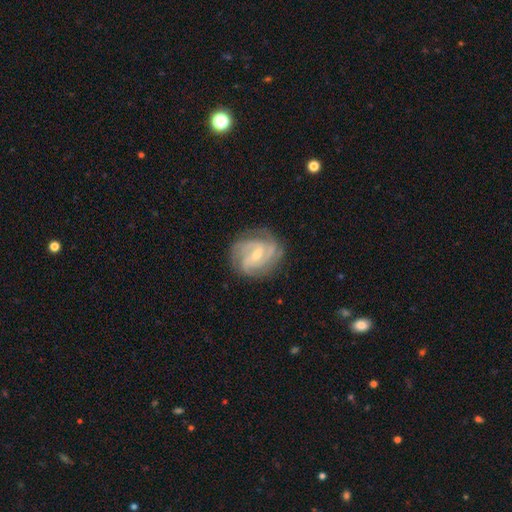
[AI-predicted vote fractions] smooth-or-featured: featured or disk: 88% | smooth: 7% | star or artifact: 5%
  disk-edge-on: no: 98% | yes: 2%
    bar: weak: 50% | no: 25% | strong: 25%
    has-spiral-arms: yes: 97% | no: 3%
      spiral-winding: tight: 52% | medium: 40% | loose: 8%
      spiral-arm-count: 3: 42% | 2: 20% | 4: 15% | can't tell: 14% | more than 4: 5% | 1: 5%
    bulge-size: small: 57% | moderate: 38% | none: 2% | large: 1% | dominant: 1%
  merging: none: 78% | minor disturbance: 15% | major disturbance: 5% | merger: 1%